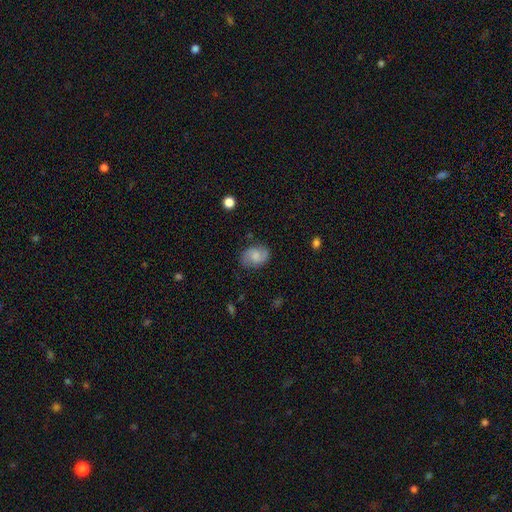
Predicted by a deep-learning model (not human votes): This appears to be a featured or disk galaxy (51%). Merging: none (77%).